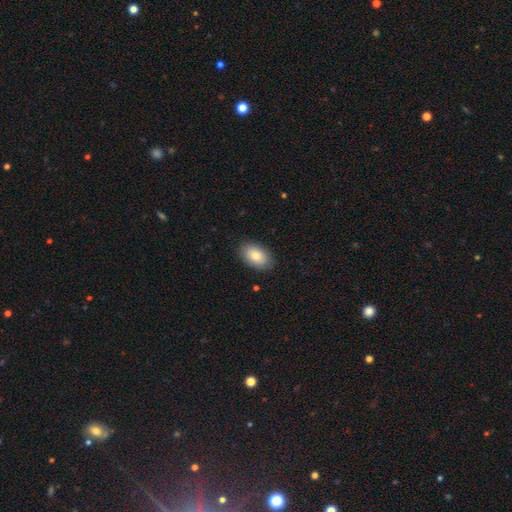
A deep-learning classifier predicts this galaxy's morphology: Smooth or featured: smooth — 84% (featured or disk — 10%)
How rounded: in between — 92% (round — 7%)
Merging: none — 87% (minor disturbance — 10%)